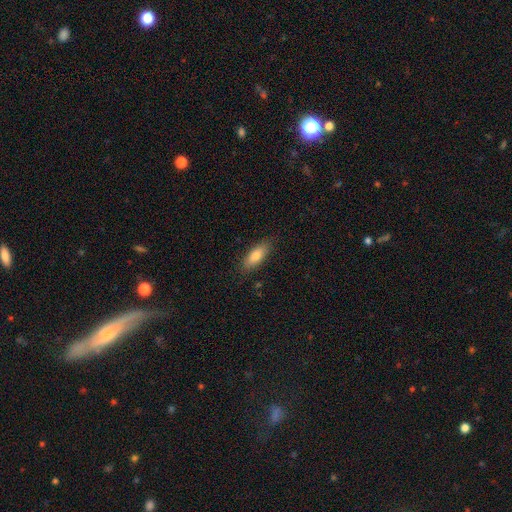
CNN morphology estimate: Q: Smooth or featured?
A: smooth (79%); runner-up: featured or disk (15%)
Q: How rounded?
A: in between (71%); runner-up: cigar-shaped (27%)
Q: Merging?
A: none (84%); runner-up: minor disturbance (12%)